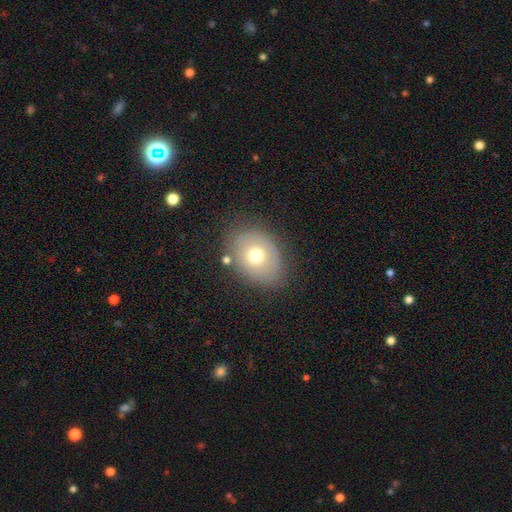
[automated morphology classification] This appears to be a smooth galaxy with no disk features (64%) that is in between round and cigar-shaped (60%). Merging: none (72%).